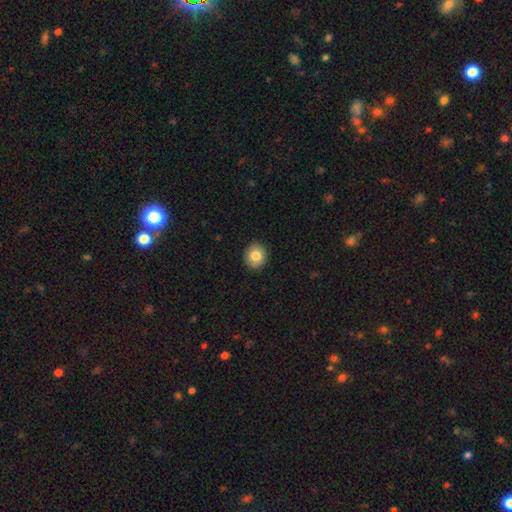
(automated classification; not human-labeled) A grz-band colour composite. It shows a smooth galaxy with no disk features (83%) that is round (77%). Merging: none (90%).